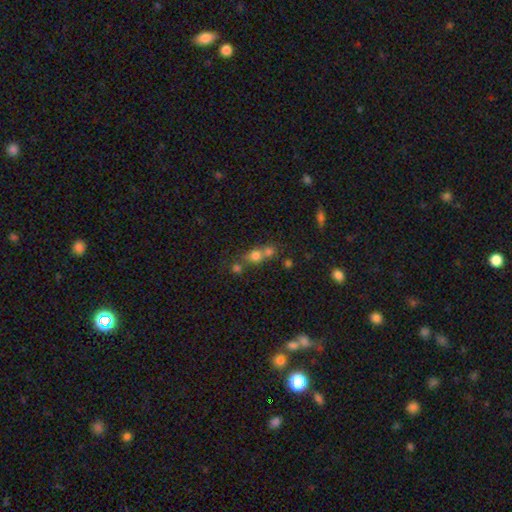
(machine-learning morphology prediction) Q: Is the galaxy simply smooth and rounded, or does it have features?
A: smooth — 68%.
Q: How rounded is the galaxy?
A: round — 74%.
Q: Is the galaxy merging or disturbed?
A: merger — 52%.